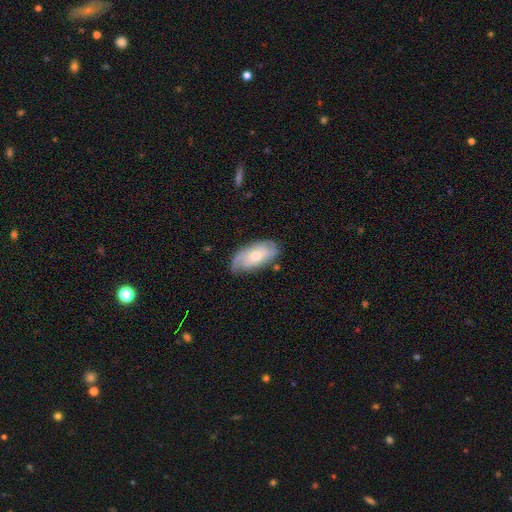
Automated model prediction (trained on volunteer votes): featured or disk 67%, smooth 27%, star or artifact 6%. Down the decision tree: edge-on disk — no (92%); bar — no (72%); spiral arms — yes (89%); spiral arm count — can't tell (35%); spiral winding — tight (51%); bulge size — moderate (52%); merging — none (75%).